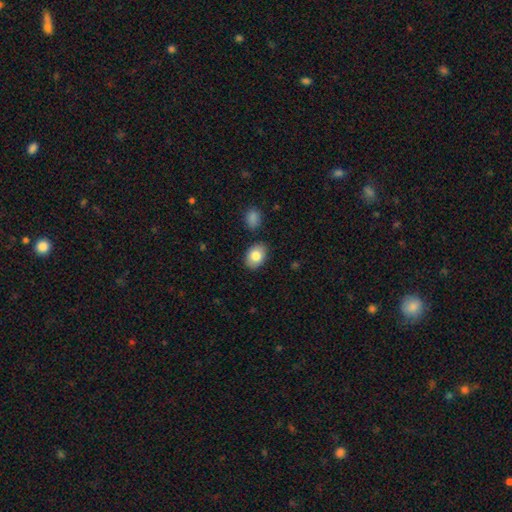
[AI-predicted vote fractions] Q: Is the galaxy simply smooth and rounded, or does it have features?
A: smooth — 82%.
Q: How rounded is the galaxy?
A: in between — 78%.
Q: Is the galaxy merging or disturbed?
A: none — 84%.